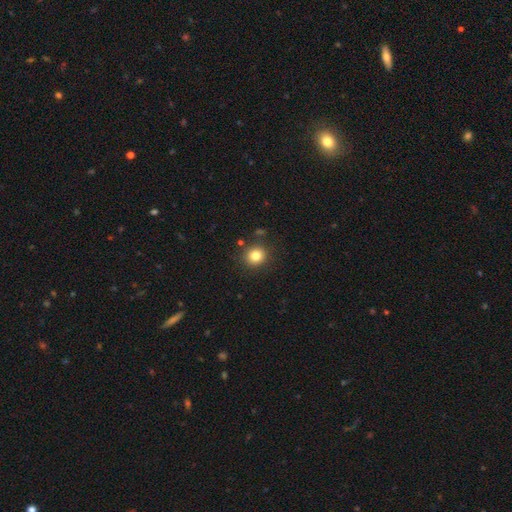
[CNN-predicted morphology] smooth-or-featured: smooth: 82% | star or artifact: 12% | featured or disk: 6%
  how-rounded: round: 87% | in between: 12% | cigar-shaped: 1%
  merging: none: 87% | minor disturbance: 7% | merger: 3% | major disturbance: 2%